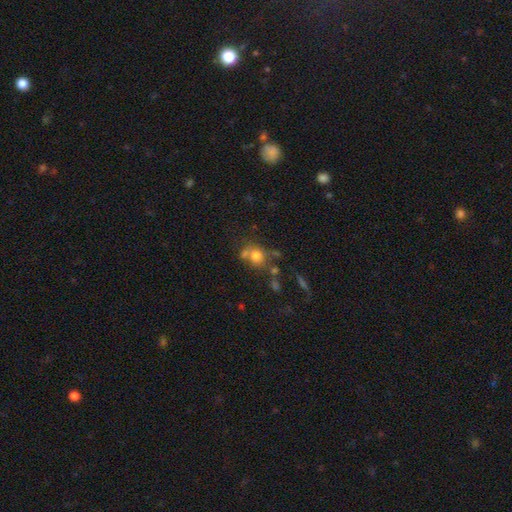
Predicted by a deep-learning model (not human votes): Smooth or featured? Predicted: smooth (p=0.73). How rounded? Predicted: round (p=0.76). Merging? Predicted: none (p=0.51).